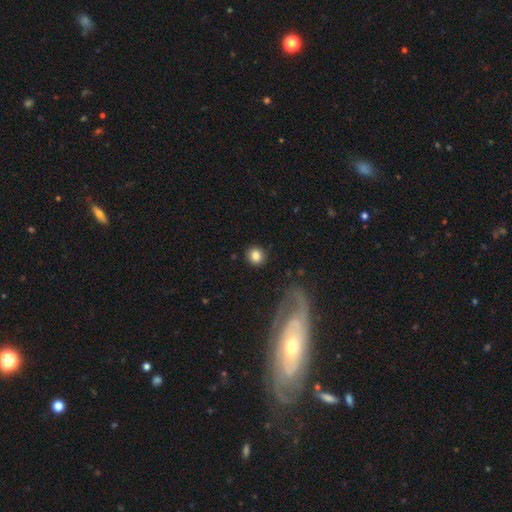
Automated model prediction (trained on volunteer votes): Smooth or featured: smooth — 83% (star or artifact — 9%)
How rounded: round — 90% (in between — 9%)
Merging: none — 90% (minor disturbance — 6%)